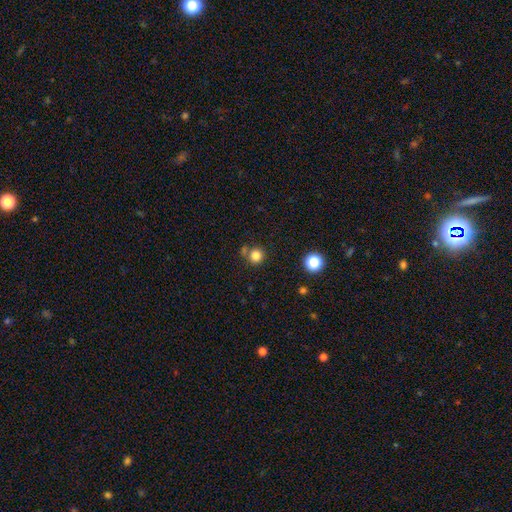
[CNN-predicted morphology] Overall: smooth (81%). How rounded: round (93%). Merging: none (72%).